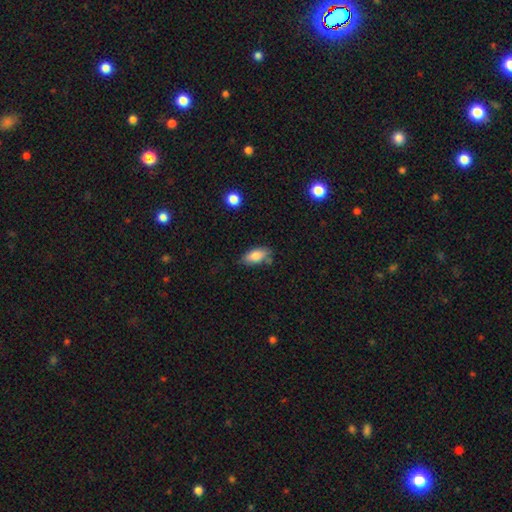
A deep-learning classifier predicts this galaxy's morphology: smooth 83%, featured or disk 10%, star or artifact 7%. Down the decision tree: how rounded — in between (88%); merging — none (67%).